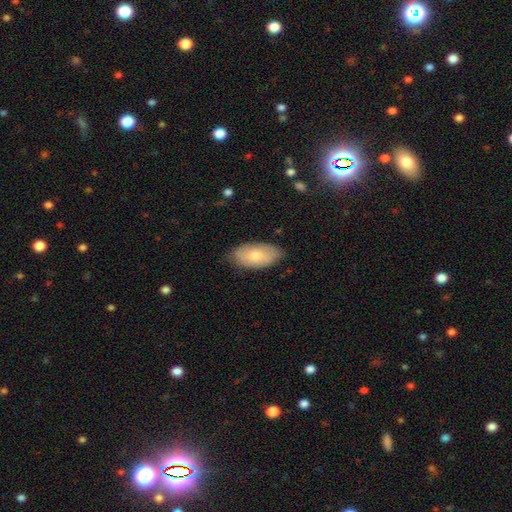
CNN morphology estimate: type=smooth (71%); roundness=in between (93%); merging=none (78%).